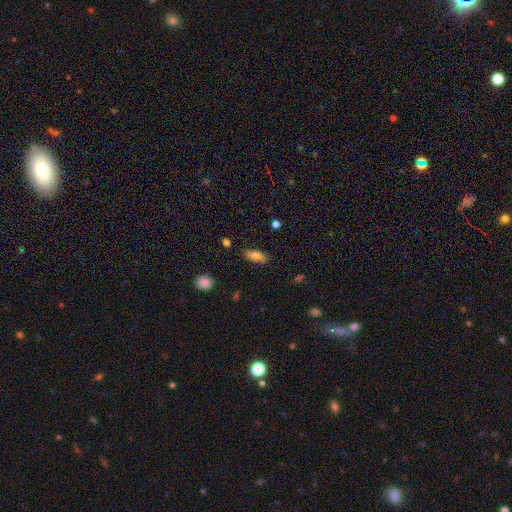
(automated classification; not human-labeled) A smooth galaxy with no disk features (80%) that is in between round and cigar-shaped (79%).

Vote fractions:
- Smooth or featured? smooth: 80% / featured or disk: 12% / star or artifact: 8%
- How rounded? in between: 79% / cigar-shaped: 18% / round: 3%
- Merging? none: 84% / minor disturbance: 12% / major disturbance: 3% / merger: 2%